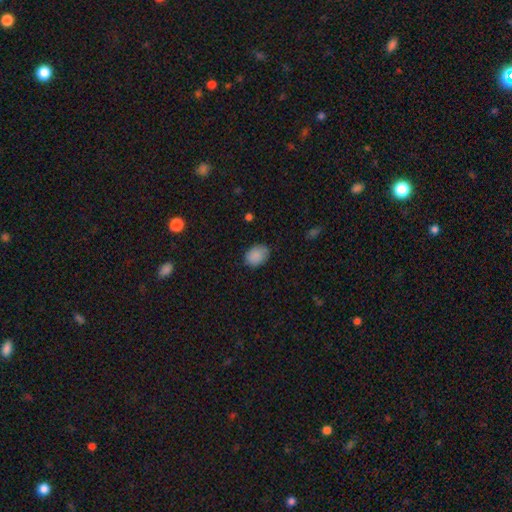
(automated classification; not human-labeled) smooth-or-featured: smooth: 88% | star or artifact: 8% | featured or disk: 4%
  how-rounded: in between: 65% | round: 34% | cigar-shaped: 1%
  merging: none: 78% | minor disturbance: 18% | major disturbance: 3% | merger: 1%